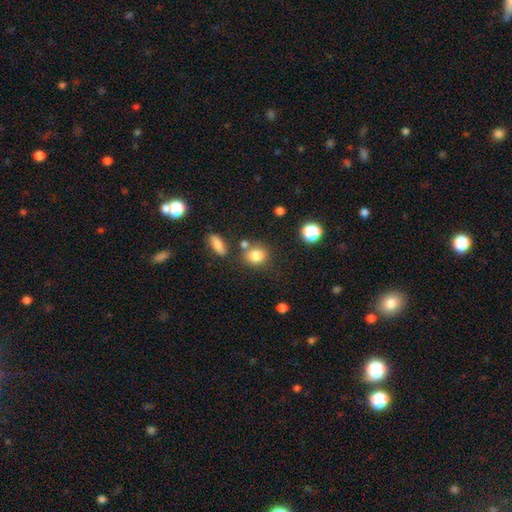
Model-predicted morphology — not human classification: Smooth or featured: smooth — 82% (star or artifact — 11%)
How rounded: round — 73% (in between — 25%)
Merging: none — 69% (merger — 14%)